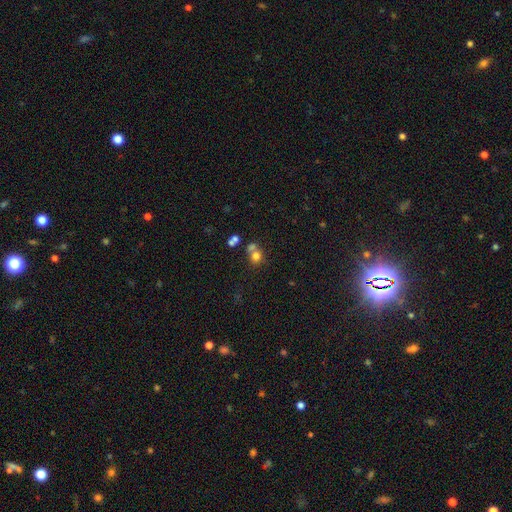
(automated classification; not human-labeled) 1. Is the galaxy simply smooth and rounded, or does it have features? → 73% smooth, 15% star or artifact, 12% featured or disk.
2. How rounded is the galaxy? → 81% round, 18% in between, 1% cigar-shaped.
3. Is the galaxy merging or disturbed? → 46% none, 40% merger, 9% minor disturbance, 5% major disturbance.